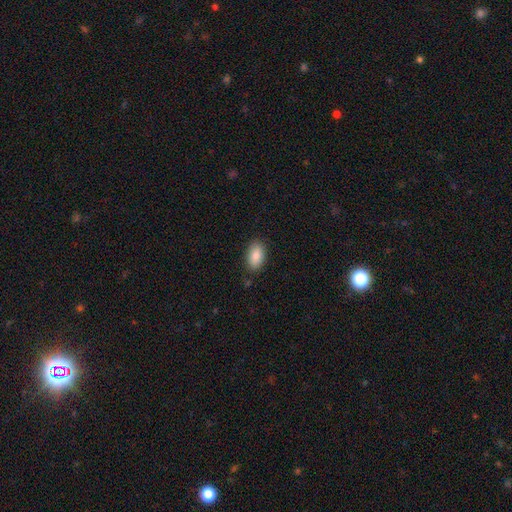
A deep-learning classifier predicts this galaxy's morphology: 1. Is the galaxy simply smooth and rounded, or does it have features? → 87% smooth, 7% star or artifact, 7% featured or disk.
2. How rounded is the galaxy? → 92% in between, 4% round, 3% cigar-shaped.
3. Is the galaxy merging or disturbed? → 85% none, 11% minor disturbance, 3% major disturbance, 1% merger.